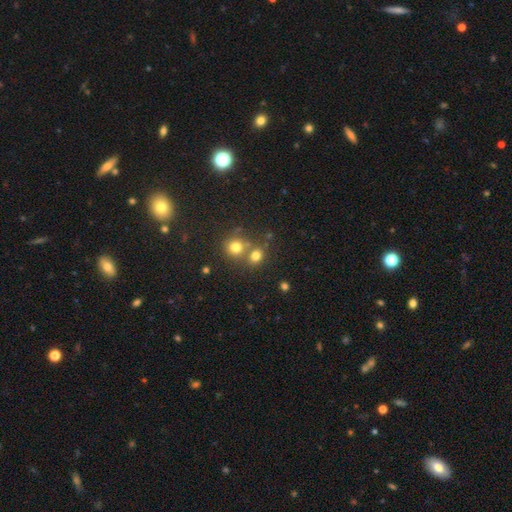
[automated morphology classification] Smooth or featured: smooth — 75% (star or artifact — 16%)
How rounded: round — 74% (in between — 25%)
Merging: none — 52% (merger — 37%)